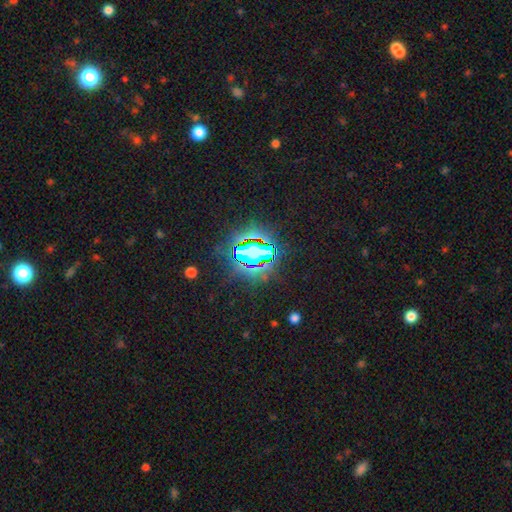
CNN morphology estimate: A star or artifact, not a galaxy (80%).